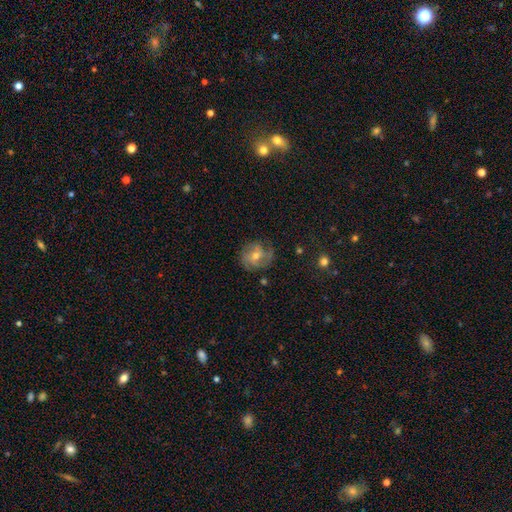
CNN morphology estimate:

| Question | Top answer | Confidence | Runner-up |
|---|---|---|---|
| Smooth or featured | featured or disk | 69% | smooth (21%) |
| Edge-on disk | no | 97% | yes (3%) |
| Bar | no | 58% | weak (34%) |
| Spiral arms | yes | 89% | no (11%) |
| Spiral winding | tight | 45% | medium (40%) |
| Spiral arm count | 2 | 31% | can't tell (28%) |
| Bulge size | moderate | 52% | small (44%) |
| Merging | none | 70% | minor disturbance (19%) |